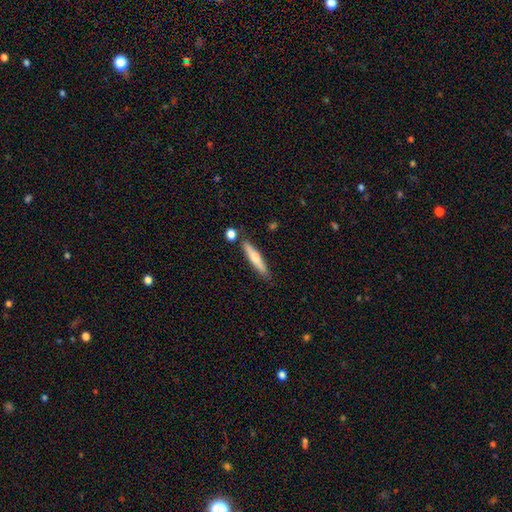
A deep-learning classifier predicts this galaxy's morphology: Smooth or featured: smooth — 56% (featured or disk — 39%)
How rounded: cigar-shaped — 86% (in between — 12%)
Merging: none — 79% (minor disturbance — 12%)